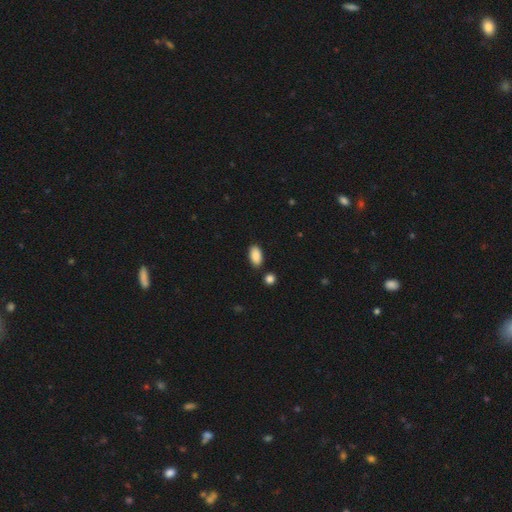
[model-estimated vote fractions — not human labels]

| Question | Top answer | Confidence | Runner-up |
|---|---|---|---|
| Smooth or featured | smooth | 89% | star or artifact (7%) |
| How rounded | in between | 93% | cigar-shaped (4%) |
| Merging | none | 85% | minor disturbance (9%) |